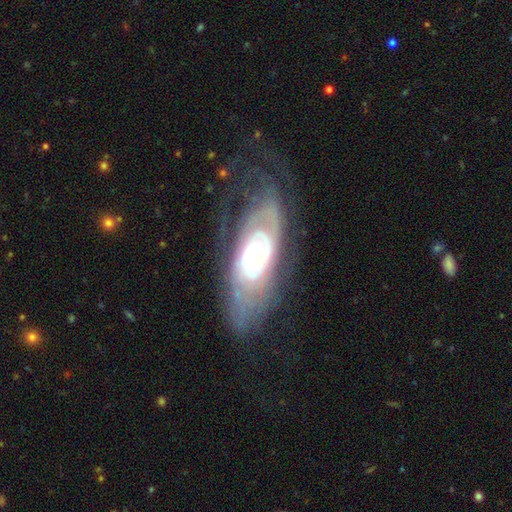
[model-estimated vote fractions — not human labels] Smooth or featured? Predicted: featured or disk (p=0.82). Edge-on disk? Predicted: no (p=0.90). Bar? Predicted: no (p=0.76). Spiral arms? Predicted: yes (p=0.80). Spiral winding? Predicted: tight (p=0.68). Spiral arm count? Predicted: can't tell (p=0.47). Bulge size? Predicted: moderate (p=0.53). Merging? Predicted: none (p=0.62).